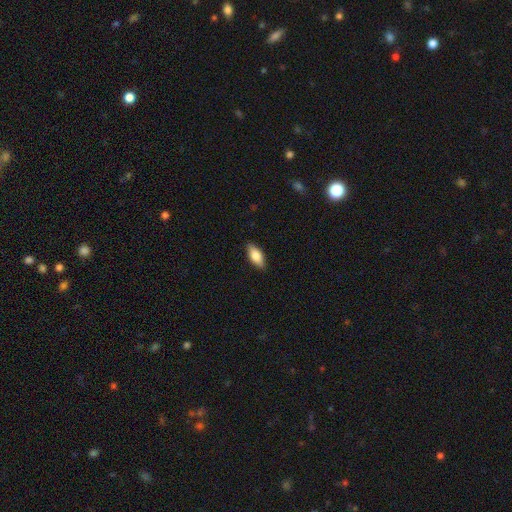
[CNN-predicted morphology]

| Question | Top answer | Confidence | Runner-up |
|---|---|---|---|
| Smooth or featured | smooth | 78% | featured or disk (16%) |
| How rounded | in between | 83% | cigar-shaped (14%) |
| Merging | none | 87% | minor disturbance (10%) |